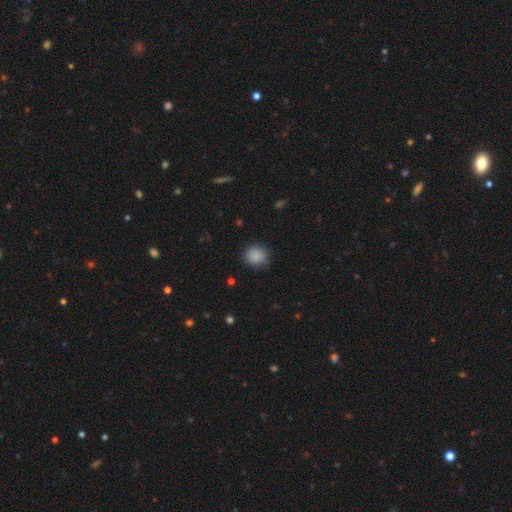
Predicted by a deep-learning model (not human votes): Morphology: type=smooth (88%); roundness=round (87%); merging=none (84%).